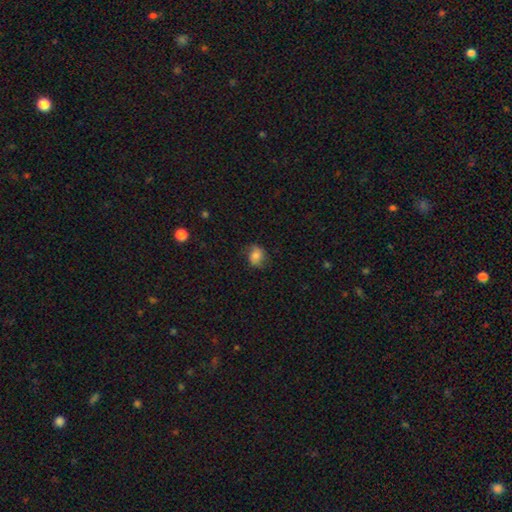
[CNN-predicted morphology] Q: Smooth or featured?
A: smooth (69%); runner-up: featured or disk (21%)
Q: How rounded?
A: round (51%); runner-up: in between (47%)
Q: Merging?
A: none (68%); runner-up: minor disturbance (22%)